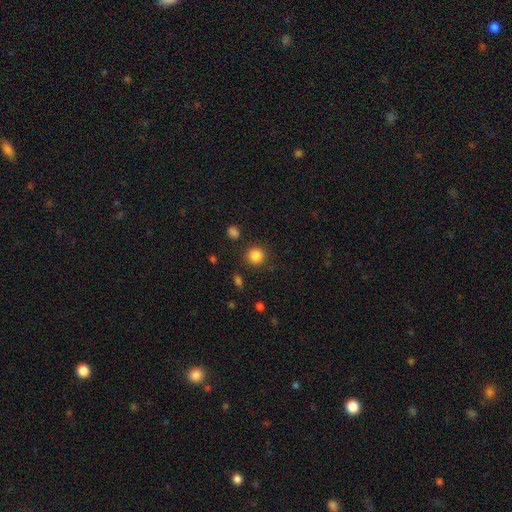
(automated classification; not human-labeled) Overall: smooth (85%). How rounded: round (91%). Merging: none (87%).